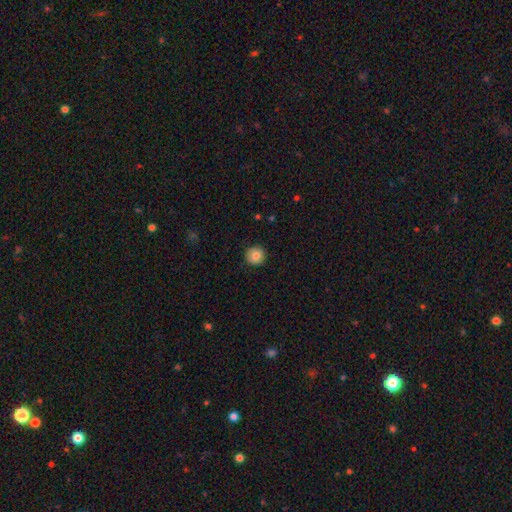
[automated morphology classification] Overall: smooth (83%). How rounded: round (95%). Merging: none (91%).